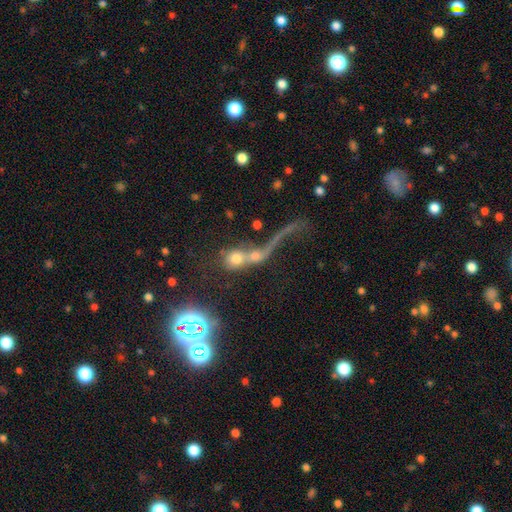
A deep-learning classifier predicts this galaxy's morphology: A smooth galaxy with no disk features (50%) that is round (59%).

Vote fractions:
- Smooth or featured? smooth: 50% / featured or disk: 32% / star or artifact: 18%
- How rounded? round: 59% / in between: 30% / cigar-shaped: 11%
- Merging? merger: 67% / none: 15% / major disturbance: 13% / minor disturbance: 5%